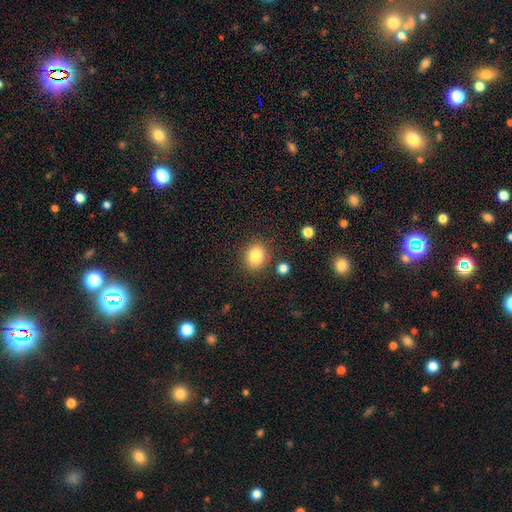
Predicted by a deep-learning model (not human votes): Smooth or featured: smooth — 84% (star or artifact — 10%)
How rounded: round — 64% (in between — 36%)
Merging: none — 85% (minor disturbance — 9%)